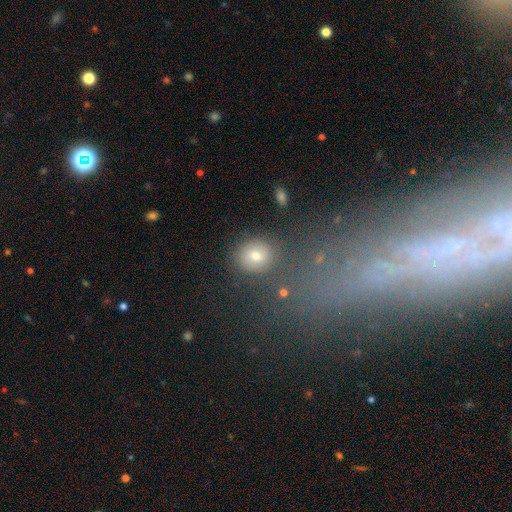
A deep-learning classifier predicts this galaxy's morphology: The model was most divided on "how rounded": round: 71%, in between: 28%, cigar-shaped: 1%. More confident: merging — none (79%); smooth or featured — smooth (69%).